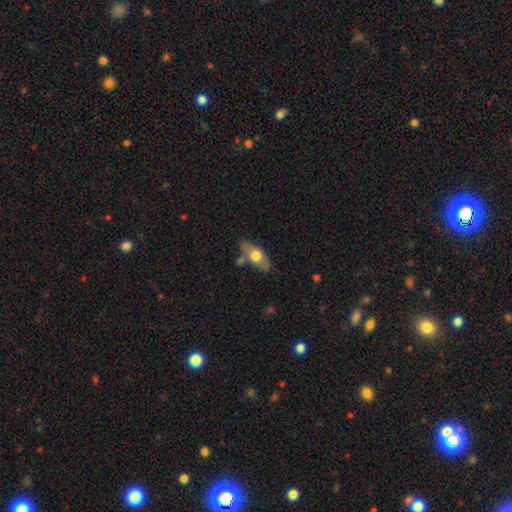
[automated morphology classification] smooth 62%, featured or disk 32%, star or artifact 6%. Down the decision tree: how rounded — in between (83%); merging — none (69%).